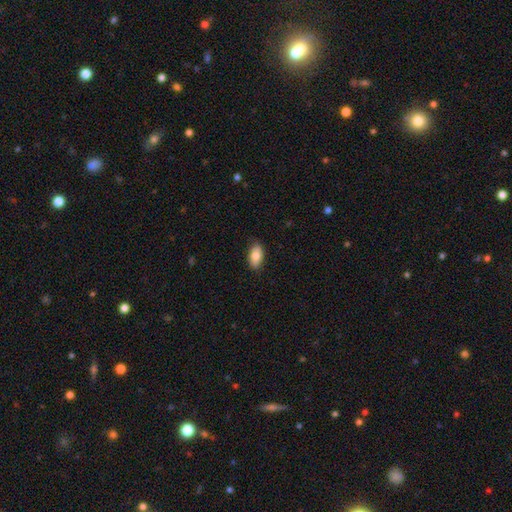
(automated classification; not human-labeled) smooth 82%, featured or disk 11%, star or artifact 7%. Down the decision tree: how rounded — in between (93%); merging — none (85%).